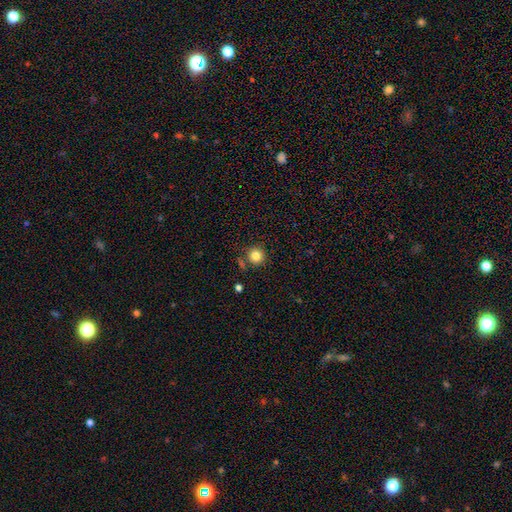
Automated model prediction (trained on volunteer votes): This is clearly a smooth galaxy (83%). How rounded: clearly round (93%). Merging: clearly none (80%).